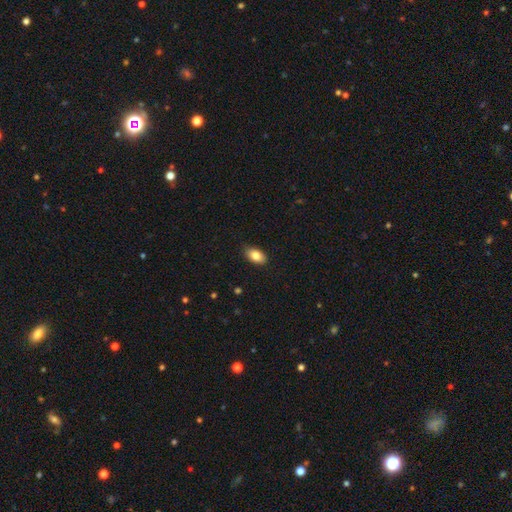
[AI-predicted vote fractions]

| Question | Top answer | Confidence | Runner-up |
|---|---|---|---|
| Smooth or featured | smooth | 84% | featured or disk (8%) |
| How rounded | in between | 92% | round (6%) |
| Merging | none | 87% | minor disturbance (10%) |